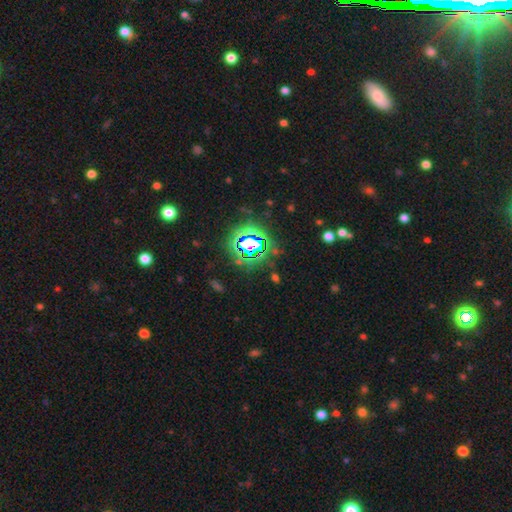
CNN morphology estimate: Smooth or featured?
  - star or artifact: 79% *
  - smooth: 12%
  - featured or disk: 9%